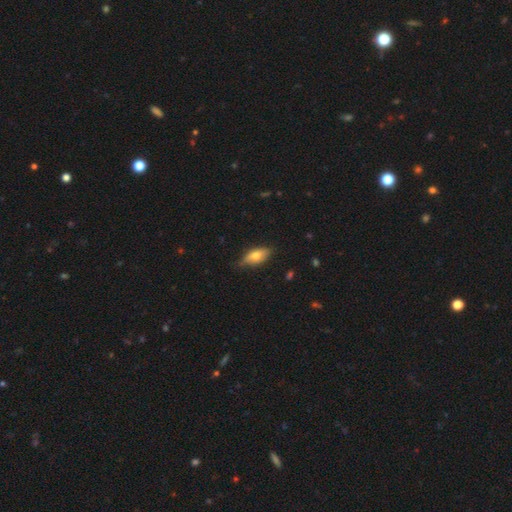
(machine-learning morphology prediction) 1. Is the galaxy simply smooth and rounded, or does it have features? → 63% smooth, 30% featured or disk, 7% star or artifact.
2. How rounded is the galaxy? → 80% in between, 17% cigar-shaped, 4% round.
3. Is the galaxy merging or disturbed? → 74% none, 21% minor disturbance, 3% major disturbance, 1% merger.